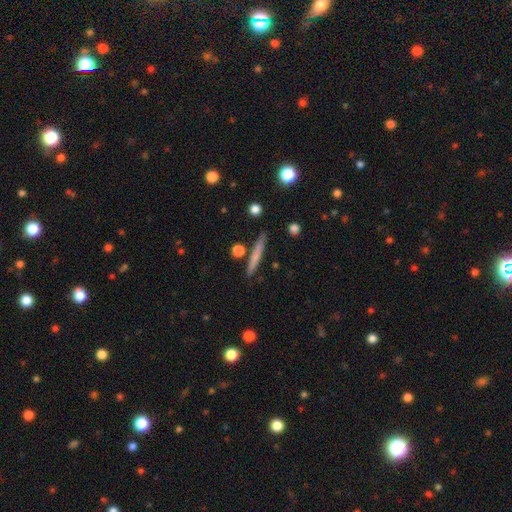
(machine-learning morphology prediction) Smooth or featured?
  - smooth: 63% *
  - featured or disk: 31%
  - star or artifact: 6%
How rounded?
  - cigar-shaped: 94% *
  - in between: 3%
  - round: 3%
Merging?
  - none: 87% *
  - minor disturbance: 8%
  - merger: 3%
  - major disturbance: 2%